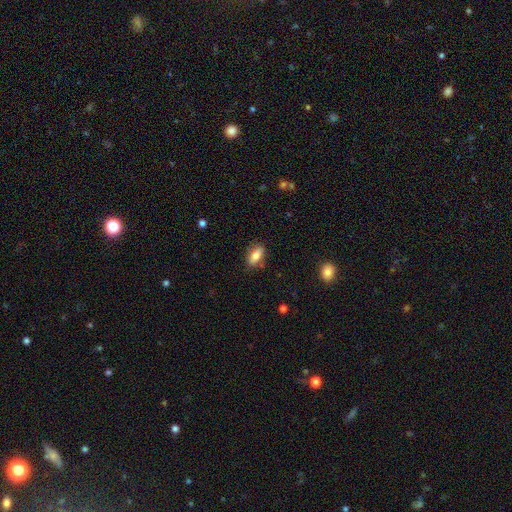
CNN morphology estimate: type=smooth (78%); roundness=in between (85%); merging=none (82%).